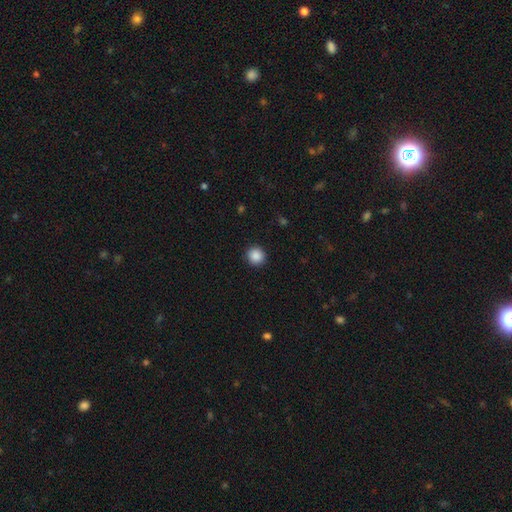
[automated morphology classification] Smooth or featured? smooth (88%)
How rounded? round (93%)
Merging? none (92%)